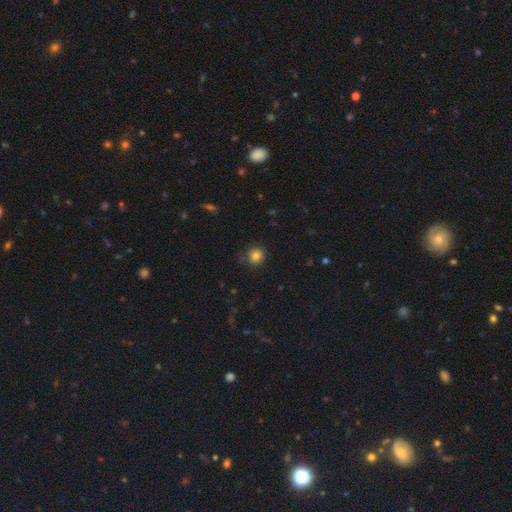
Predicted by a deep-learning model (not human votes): smooth_or_featured: smooth (p=0.83) [alt: star or artifact p=0.11]
how_rounded: round (p=0.80) [alt: in between p=0.19]
merging: none (p=0.74) [alt: minor disturbance p=0.18]